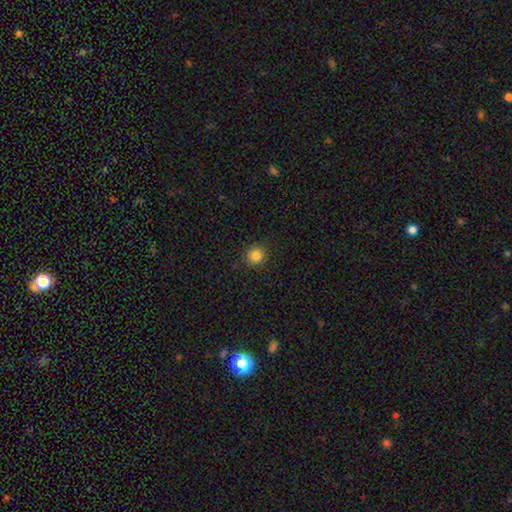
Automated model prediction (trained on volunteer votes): Morphology: type=smooth (84%); roundness=round (93%); merging=none (91%).